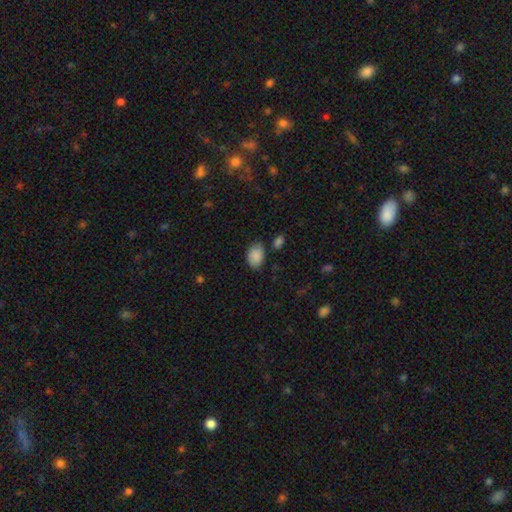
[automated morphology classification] Smooth or featured: smooth — 86% (star or artifact — 7%)
How rounded: in between — 83% (round — 16%)
Merging: none — 72% (minor disturbance — 20%)